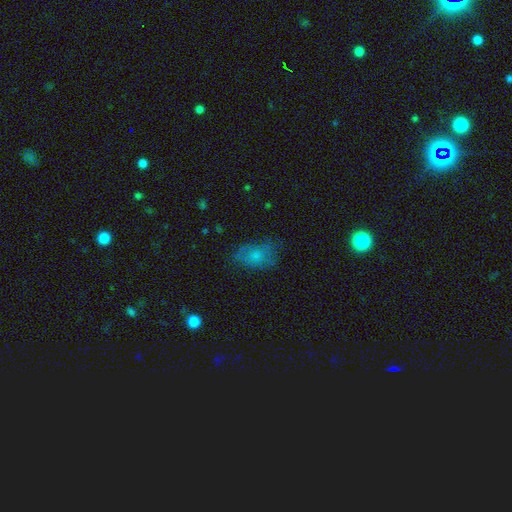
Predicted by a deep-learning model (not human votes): Morphology: type=smooth (72%); roundness=in between (84%); merging=none (59%).